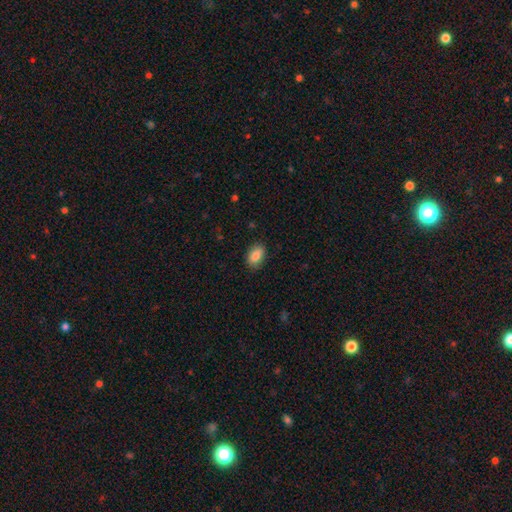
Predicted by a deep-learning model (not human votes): This is clearly a smooth galaxy (86%). How rounded: clearly in between (87%). Merging: clearly none (86%).